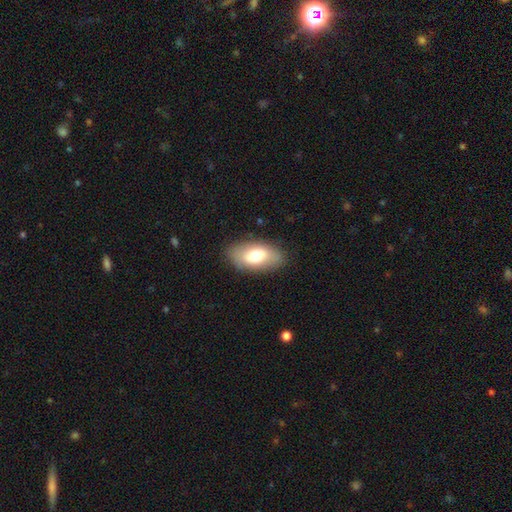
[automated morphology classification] Overall: smooth (70%). How rounded: in between (92%). Merging: none (84%).